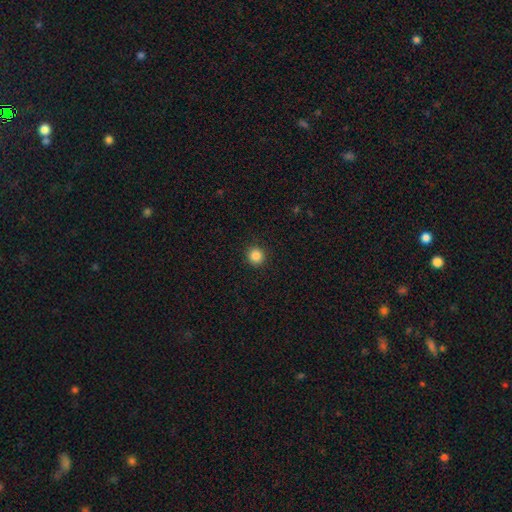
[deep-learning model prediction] A smooth galaxy with no disk features (86%) that is round (94%). Merging: none (93%).